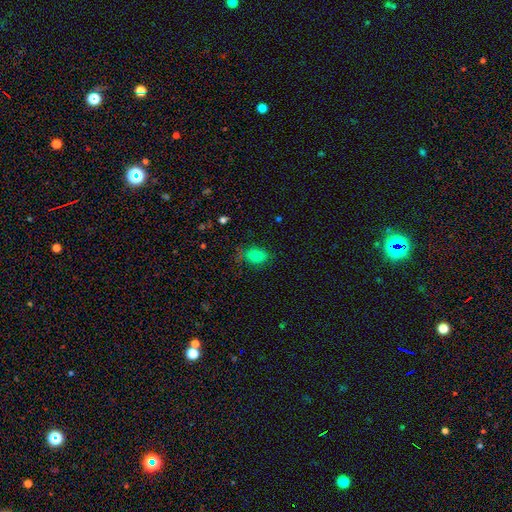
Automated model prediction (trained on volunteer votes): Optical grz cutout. It shows a smooth galaxy with no disk features (83%) that is in between round and cigar-shaped (82%). Merging: none (72%).